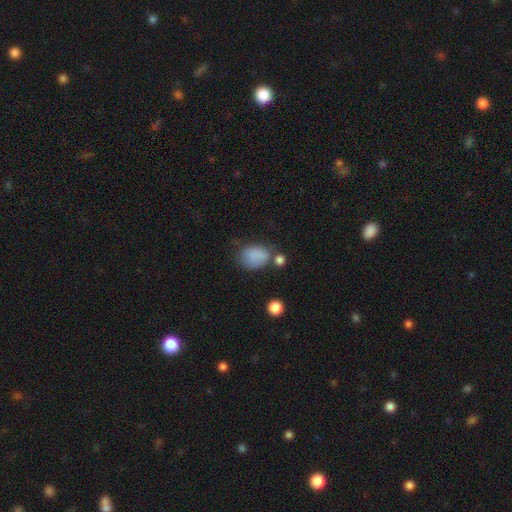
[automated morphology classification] A smooth galaxy with no disk features (82%) that is in between round and cigar-shaped (64%).

Vote fractions:
- Smooth or featured? smooth: 82% / star or artifact: 10% / featured or disk: 8%
- How rounded? in between: 64% / round: 35% / cigar-shaped: 1%
- Merging? none: 52% / minor disturbance: 25% / merger: 12% / major disturbance: 11%